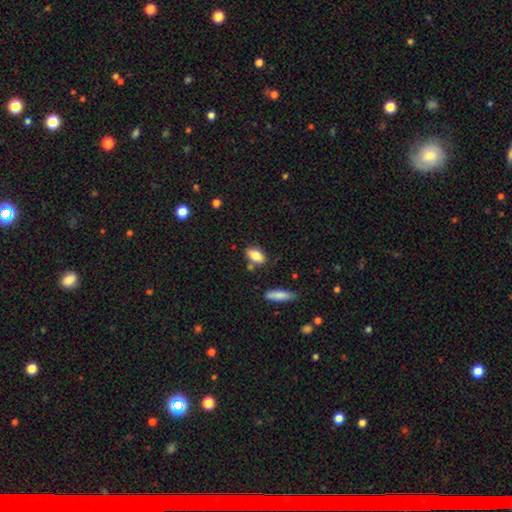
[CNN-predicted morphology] Overall: smooth (82%). How rounded: in between (87%). Merging: none (72%).